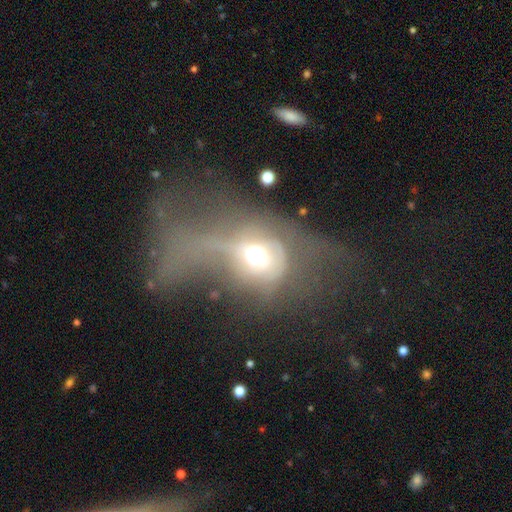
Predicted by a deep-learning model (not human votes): Smooth or featured? featured or disk (46%)
Merging? major disturbance (64%)